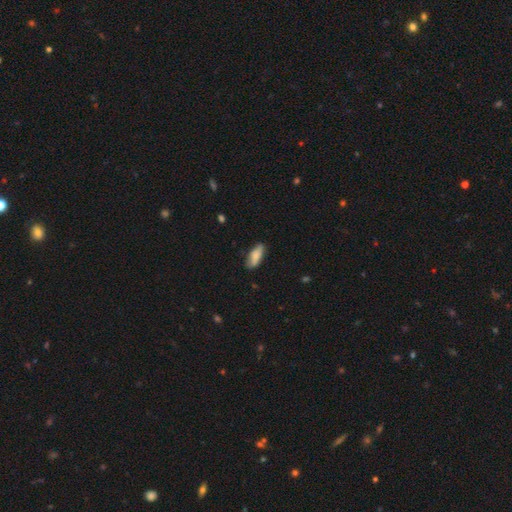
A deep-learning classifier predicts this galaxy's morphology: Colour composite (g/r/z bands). It shows a smooth galaxy with no disk features (81%) that is in between round and cigar-shaped (70%). Merging: none (78%).